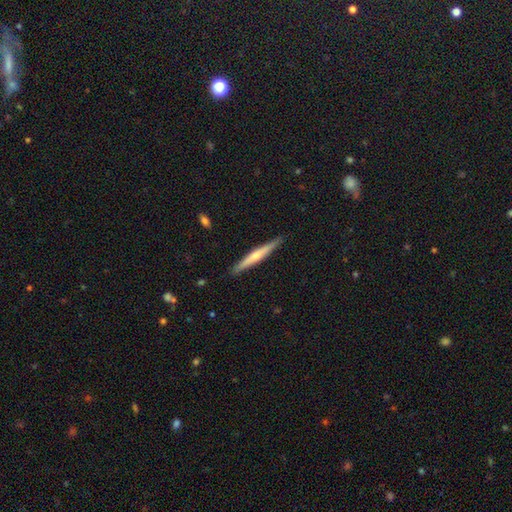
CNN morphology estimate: featured or disk 58%, smooth 36%, star or artifact 5%. Down the decision tree: edge-on disk — yes (97%); edge-on bulge — rounded (72%); merging — none (90%).